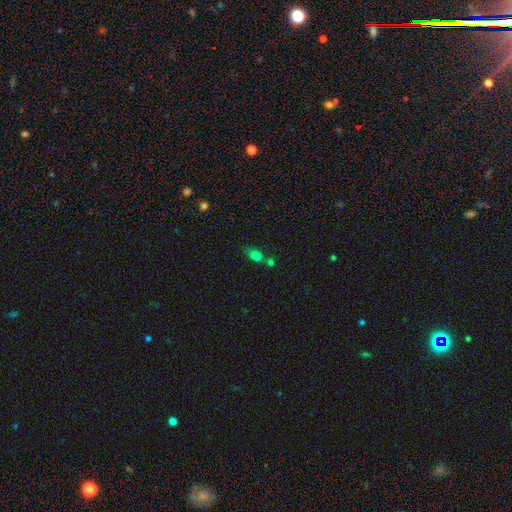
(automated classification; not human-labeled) A smooth galaxy with no disk features (74%) that is in between round and cigar-shaped (77%). Merging: none (41%).